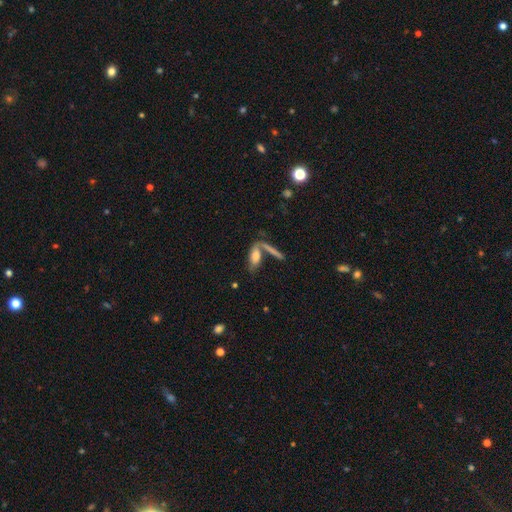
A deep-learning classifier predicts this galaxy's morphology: Smooth or featured? smooth (65%)
How rounded? in between (60%)
Merging? none (45%)